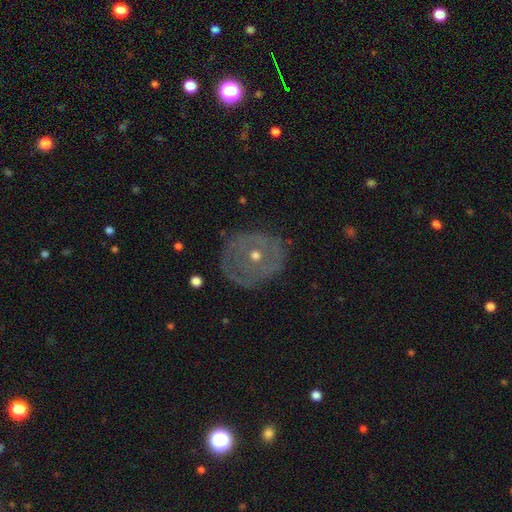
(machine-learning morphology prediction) Overall: featured or disk (66%; smooth 26%). Edge-on disk: no (95%). Bar: no (86%). Spiral arms: no (63%; yes 37%). Bulge size: moderate (57%; small 40%). Merging: none (75%).